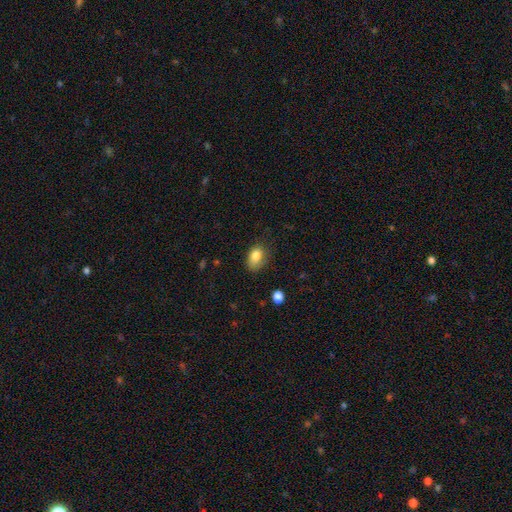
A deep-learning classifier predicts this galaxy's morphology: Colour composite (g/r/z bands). It shows a smooth galaxy with no disk features (83%) that is in between round and cigar-shaped (84%). Merging: none (64%).